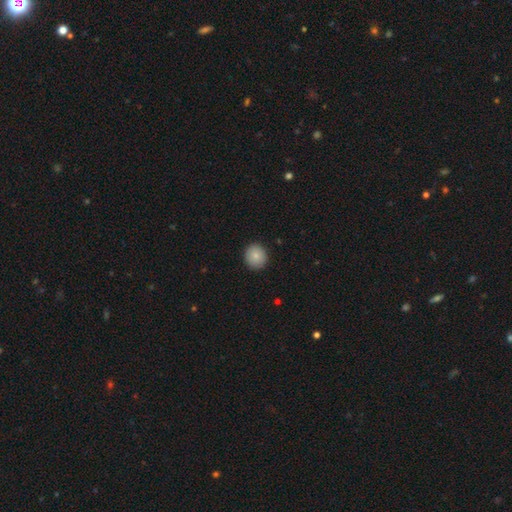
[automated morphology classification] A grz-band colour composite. It shows a smooth galaxy with no disk features (84%) that is round (87%). Merging: none (91%).